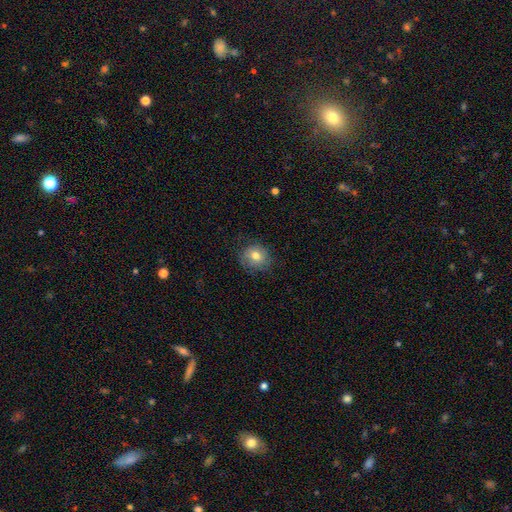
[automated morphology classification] A smooth galaxy with no disk features (76%) that is round (79%). Merging: none (79%).